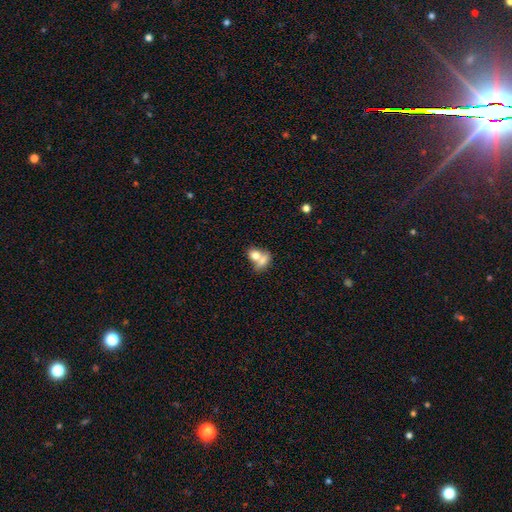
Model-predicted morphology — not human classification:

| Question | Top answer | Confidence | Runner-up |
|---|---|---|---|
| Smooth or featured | smooth | 73% | featured or disk (19%) |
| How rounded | in between | 60% | round (37%) |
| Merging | merger | 68% | none (20%) |